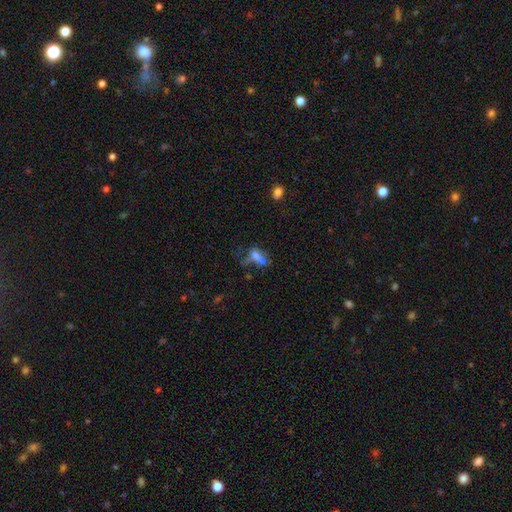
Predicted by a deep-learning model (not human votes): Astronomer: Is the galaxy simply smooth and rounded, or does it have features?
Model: smooth — 55%.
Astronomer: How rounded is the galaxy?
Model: in between — 62%.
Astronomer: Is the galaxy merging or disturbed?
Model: merger — 52%.